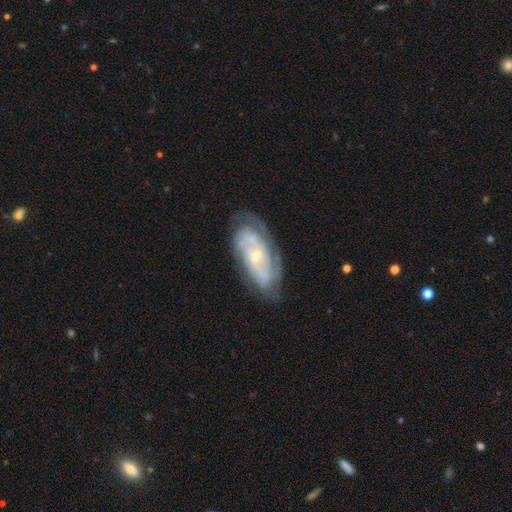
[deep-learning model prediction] Q: Smooth or featured?
A: featured or disk (82%); runner-up: smooth (12%)
Q: Edge-on disk?
A: no (94%); runner-up: yes (6%)
Q: Bar?
A: no (69%); runner-up: weak (24%)
Q: Spiral arms?
A: yes (93%); runner-up: no (7%)
Q: Spiral winding?
A: tight (59%); runner-up: medium (32%)
Q: Spiral arm count?
A: can't tell (34%); runner-up: 2 (31%)
Q: Bulge size?
A: small (74%); runner-up: moderate (22%)
Q: Merging?
A: none (70%); runner-up: minor disturbance (21%)